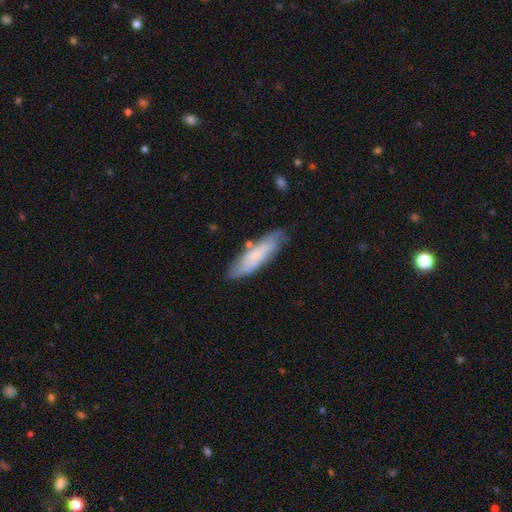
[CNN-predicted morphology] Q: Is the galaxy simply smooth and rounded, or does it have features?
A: smooth — 53%.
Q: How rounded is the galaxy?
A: cigar-shaped — 65%.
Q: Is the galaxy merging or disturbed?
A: none — 73%.